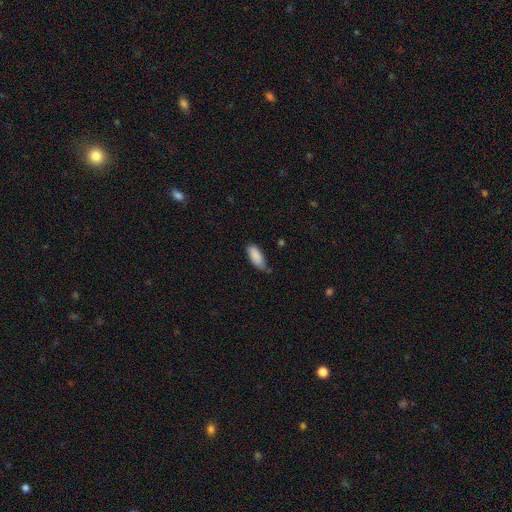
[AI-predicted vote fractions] Smooth or featured? smooth (88%)
How rounded? in between (82%)
Merging? none (57%)